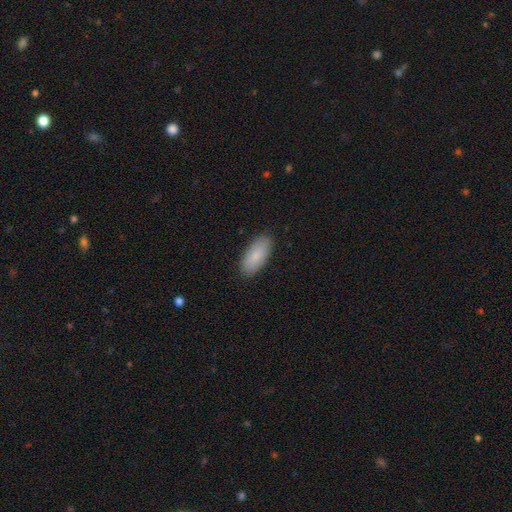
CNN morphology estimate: A smooth galaxy with no disk features (86%) that is in between round and cigar-shaped (88%).

Vote fractions:
- Smooth or featured? smooth: 86% / featured or disk: 9% / star or artifact: 6%
- How rounded? in between: 88% / cigar-shaped: 11% / round: 2%
- Merging? none: 88% / minor disturbance: 9% / major disturbance: 2% / merger: 1%